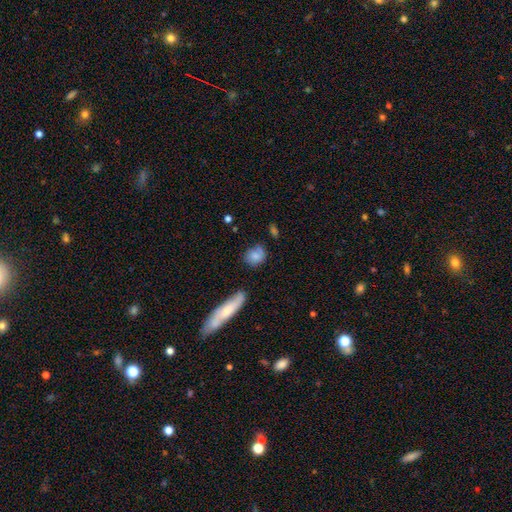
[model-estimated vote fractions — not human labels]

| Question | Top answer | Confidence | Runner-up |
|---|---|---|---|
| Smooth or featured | smooth | 75% | featured or disk (17%) |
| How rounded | round | 60% | in between (36%) |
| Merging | none | 64% | minor disturbance (24%) |